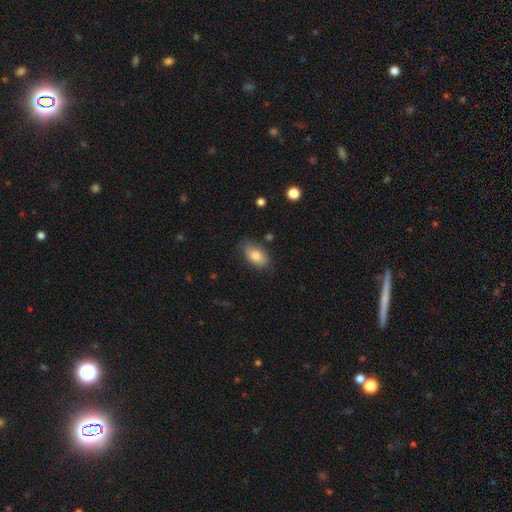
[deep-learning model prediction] smooth 83%, featured or disk 10%, star or artifact 7%. Down the decision tree: how rounded — in between (91%); merging — none (78%).